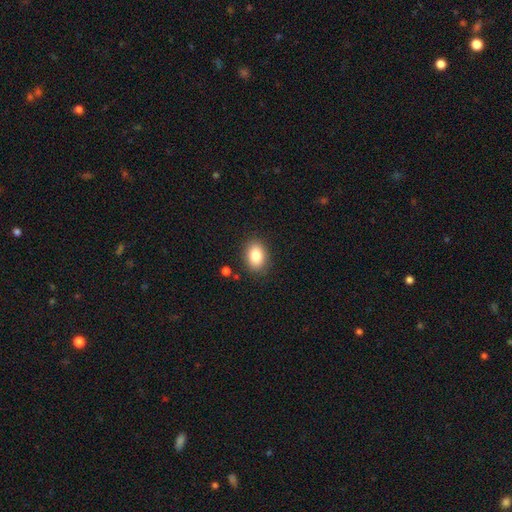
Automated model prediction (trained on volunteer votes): smooth_or_featured: smooth (p=0.84) [alt: star or artifact p=0.08]
how_rounded: in between (p=0.75) [alt: round p=0.24]
merging: none (p=0.87) [alt: minor disturbance p=0.09]